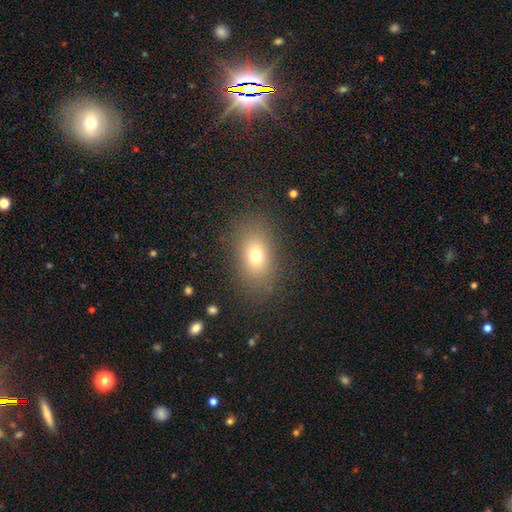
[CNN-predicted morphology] Smooth or featured? smooth (72%)
How rounded? in between (79%)
Merging? none (84%)